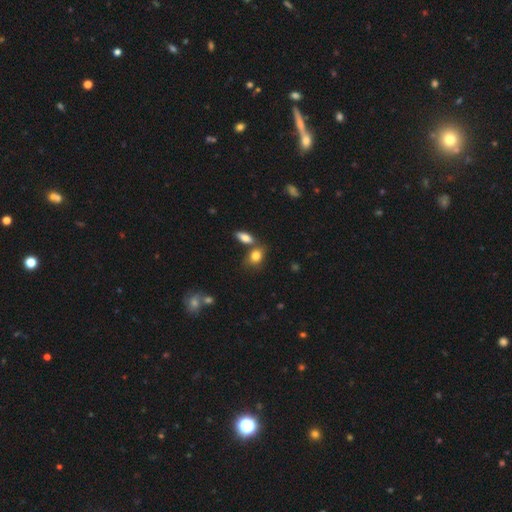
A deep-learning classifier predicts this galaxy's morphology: type=smooth (82%); roundness=in between (74%); merging=none (54%).